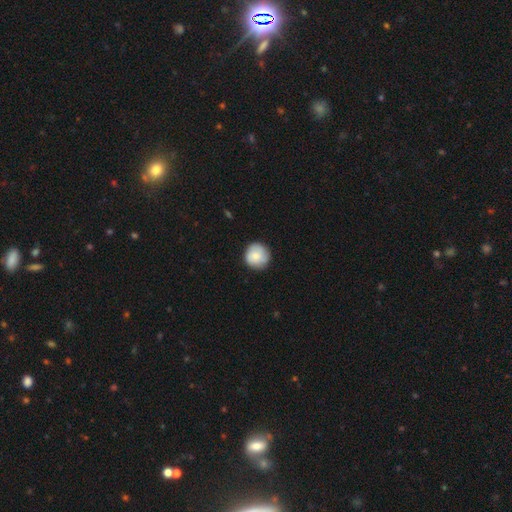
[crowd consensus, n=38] smooth_or_featured: smooth (p=0.71) [alt: featured or disk p=0.26]
how_rounded: round (p=0.96) [alt: in between p=0.04]
merging: none (p=0.86) [alt: minor disturbance p=0.11]